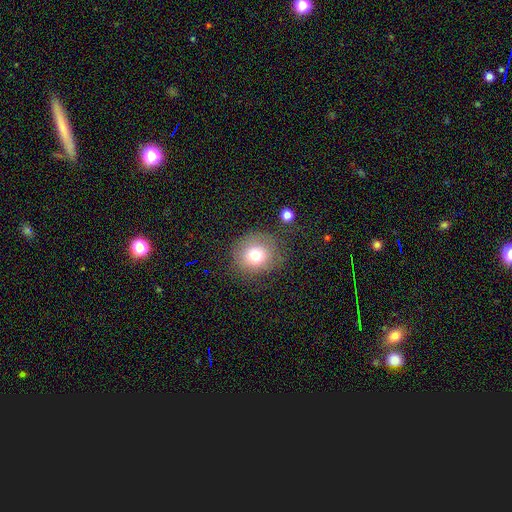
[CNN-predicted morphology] Smooth or featured? smooth (74%)
How rounded? round (88%)
Merging? none (76%)